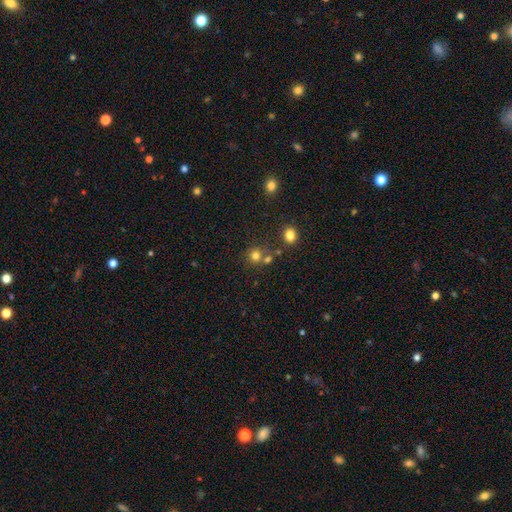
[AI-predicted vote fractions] Smooth or featured? smooth (76%)
How rounded? round (88%)
Merging? none (66%)